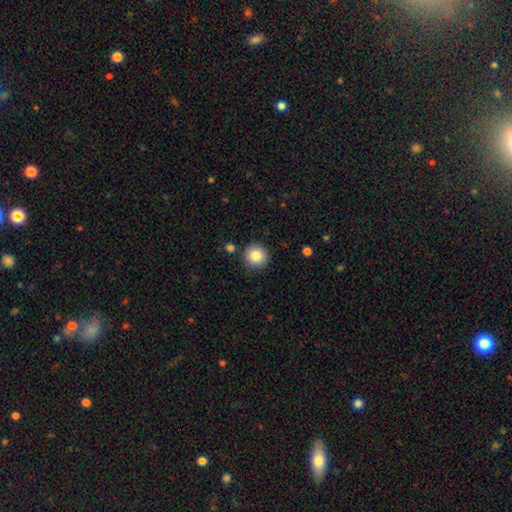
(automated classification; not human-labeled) Morphology: type=smooth (84%); roundness=round (95%); merging=none (87%).